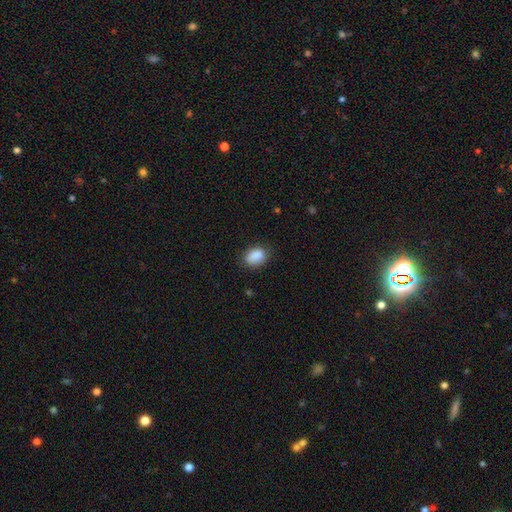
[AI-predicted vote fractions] Smooth or featured?
  - smooth: 87% *
  - star or artifact: 8%
  - featured or disk: 5%
How rounded?
  - in between: 79% *
  - round: 20%
  - cigar-shaped: 1%
Merging?
  - none: 75% *
  - minor disturbance: 20%
  - major disturbance: 4%
  - merger: 2%